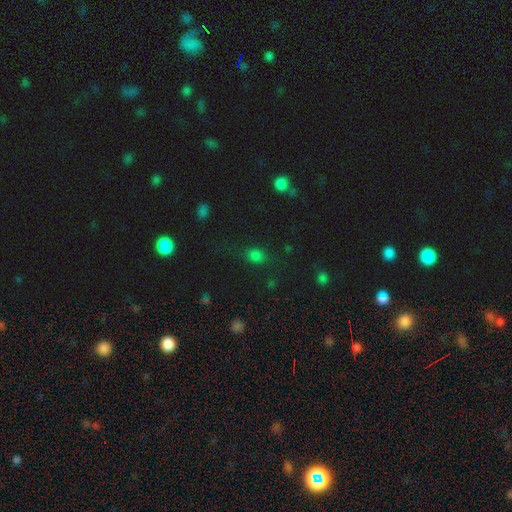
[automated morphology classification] This is likely a smooth galaxy (75%). How rounded: possibly round (50%). Merging: likely none (76%).